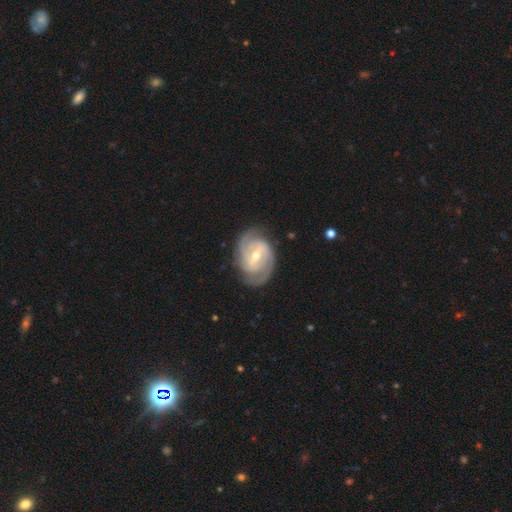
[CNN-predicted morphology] Q: Smooth or featured?
A: featured or disk (88%); runner-up: smooth (8%)
Q: Edge-on disk?
A: no (97%); runner-up: yes (3%)
Q: Bar?
A: weak (48%); runner-up: strong (33%)
Q: Spiral arms?
A: yes (96%); runner-up: no (4%)
Q: Spiral winding?
A: tight (57%); runner-up: medium (35%)
Q: Spiral arm count?
A: 2 (67%); runner-up: 3 (14%)
Q: Bulge size?
A: moderate (56%); runner-up: small (41%)
Q: Merging?
A: none (78%); runner-up: minor disturbance (16%)